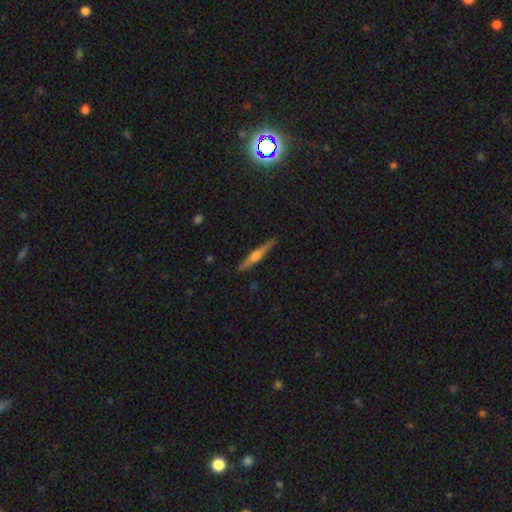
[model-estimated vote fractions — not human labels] This appears to be a featured or disk galaxy (71%) viewed edge-on (98%) with a rounded central bulge (83%). Merging: none (91%).